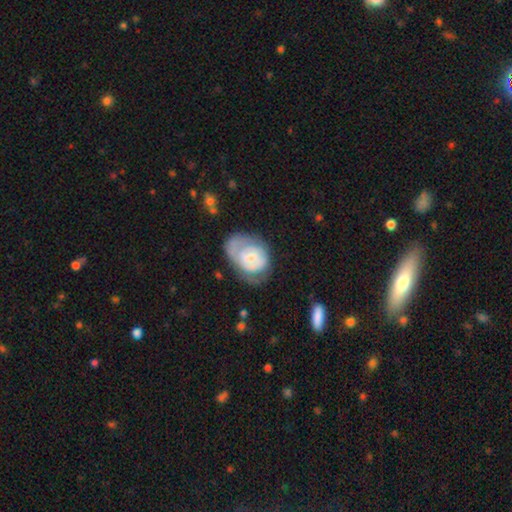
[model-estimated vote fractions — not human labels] The model was most divided on "merging": none: 42%, minor disturbance: 31%, major disturbance: 24%, merger: 3%. More confident: edge-on disk — no (97%); bar — no (70%); spiral arms — yes (64%); smooth or featured — featured or disk (58%); bulge size — small (52%).